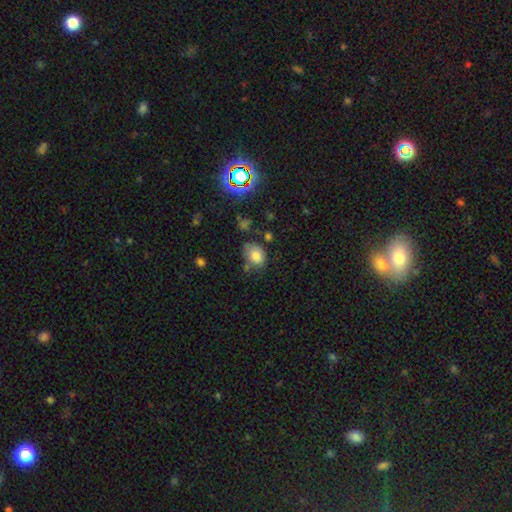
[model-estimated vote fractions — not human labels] Morphology: type=smooth (76%); roundness=in between (64%); merging=none (48%).